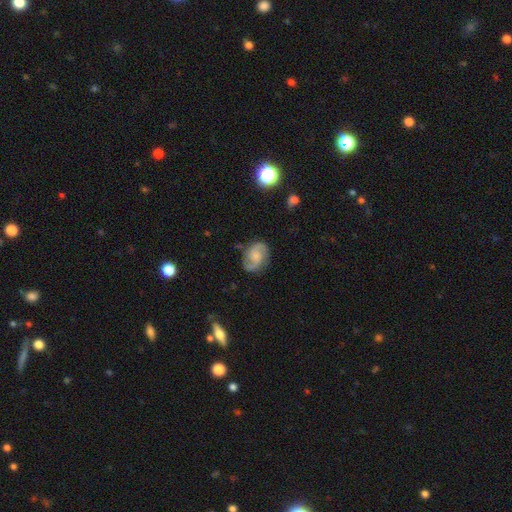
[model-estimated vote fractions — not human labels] smooth-or-featured: featured or disk: 81% | smooth: 13% | star or artifact: 6%
  disk-edge-on: no: 98% | yes: 2%
    bar: no: 58% | weak: 36% | strong: 6%
    has-spiral-arms: yes: 96% | no: 4%
      spiral-winding: medium: 52% | loose: 29% | tight: 19%
      spiral-arm-count: 2: 92% | can't tell: 3% | 1: 2% | 3: 1% | 4: 1% | more than 4: 1%
    bulge-size: moderate: 35% | small: 28% | none: 26% | large: 10% | dominant: 2%
  merging: none: 78% | minor disturbance: 16% | major disturbance: 5% | merger: 2%